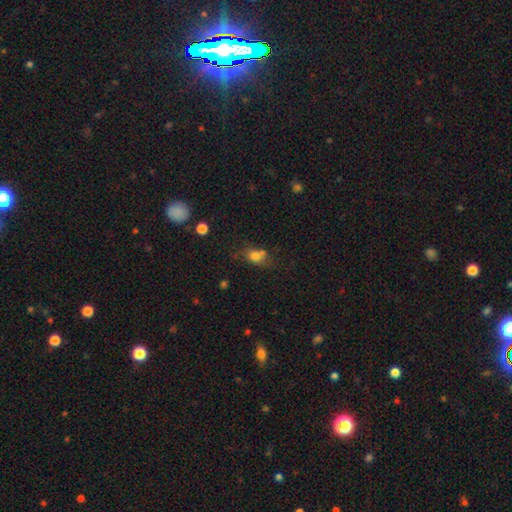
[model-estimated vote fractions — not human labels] Q: Smooth or featured?
A: smooth (73%); runner-up: featured or disk (14%)
Q: How rounded?
A: in between (55%); runner-up: round (41%)
Q: Merging?
A: none (48%); runner-up: merger (24%)